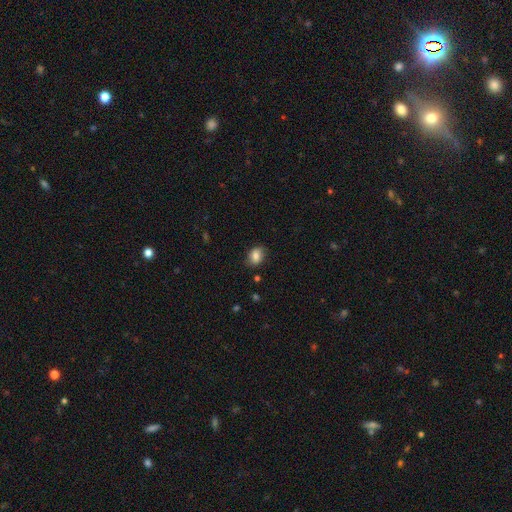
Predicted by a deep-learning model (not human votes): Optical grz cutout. It shows a smooth galaxy with no disk features (80%) that is in between round and cigar-shaped (66%). Merging: none (78%).